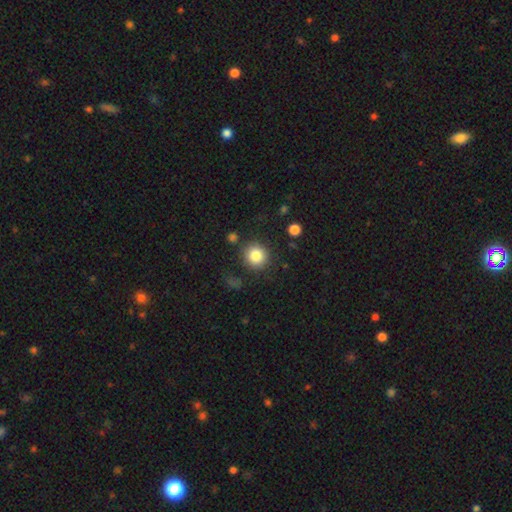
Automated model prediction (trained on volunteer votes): Smooth or featured: smooth — 84% (star or artifact — 10%)
How rounded: round — 92% (in between — 7%)
Merging: none — 85% (minor disturbance — 9%)